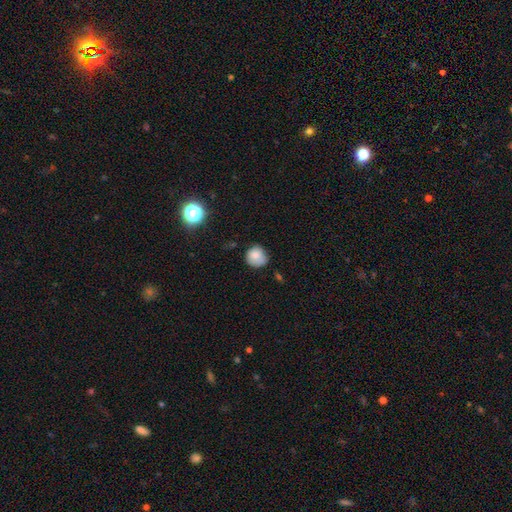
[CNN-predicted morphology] Smooth or featured?
  - smooth: 79% *
  - featured or disk: 11%
  - star or artifact: 10%
How rounded?
  - round: 83% *
  - in between: 16%
  - cigar-shaped: 1%
Merging?
  - none: 57% *
  - minor disturbance: 31%
  - major disturbance: 8%
  - merger: 4%